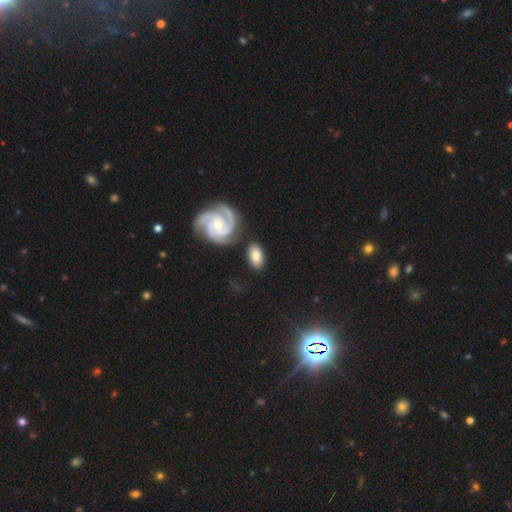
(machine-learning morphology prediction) Smooth or featured? smooth (58%)
How rounded? in between (90%)
Merging? none (74%)